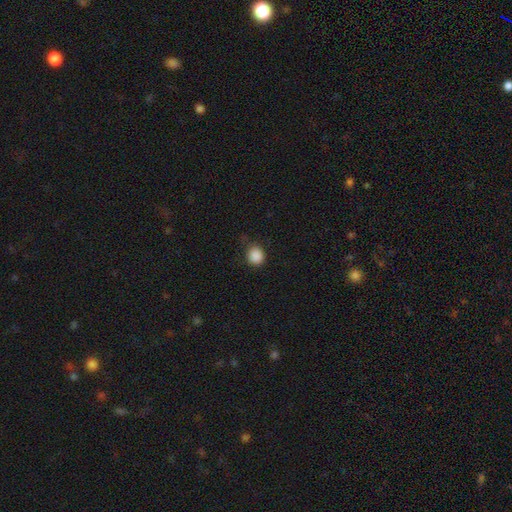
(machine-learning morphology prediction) The model was most divided on "how rounded": round: 79%, in between: 20%, cigar-shaped: 1%. More confident: smooth or featured — smooth (88%); merging — none (81%).